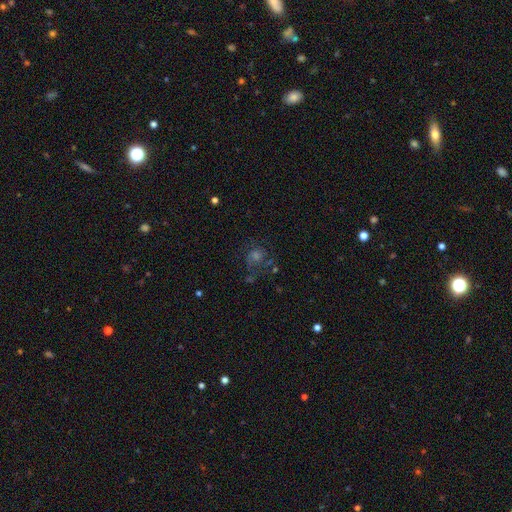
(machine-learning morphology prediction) Smooth or featured?
  - featured or disk: 35% *
  - star or artifact: 33%
  - smooth: 32%
Merging?
  - none: 59% *
  - major disturbance: 18%
  - minor disturbance: 16%
  - merger: 7%